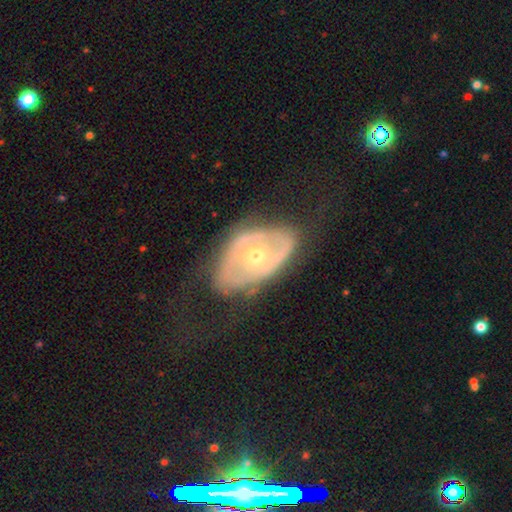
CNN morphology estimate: This is likely a featured or disk galaxy (74%). It is clearly not viewed edge-on (93%). Bar: likely no (73%). Spiral arm pattern: possibly yes (50%, tied with no). Central bulge: possibly small (53%). Merging: possibly none (52%).